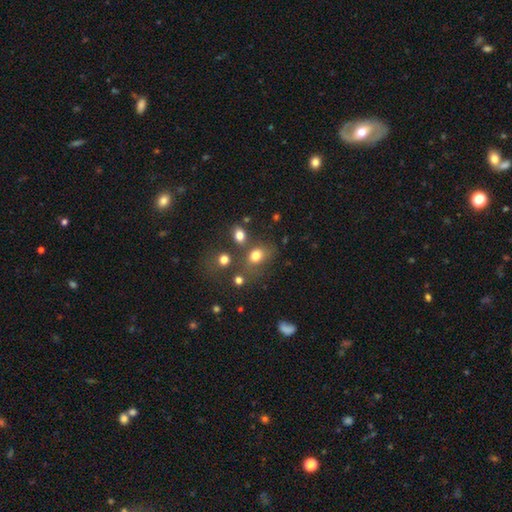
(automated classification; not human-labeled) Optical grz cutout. It shows a smooth galaxy with no disk features (76%) that is in between round and cigar-shaped (57%). Merging: none (55%).